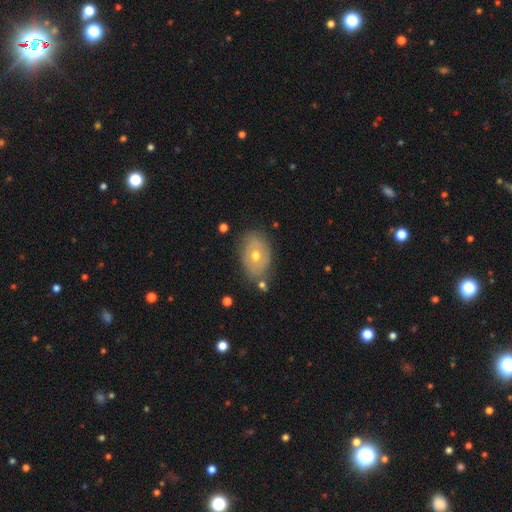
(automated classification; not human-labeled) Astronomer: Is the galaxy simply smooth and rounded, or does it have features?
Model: featured or disk — 53% (runner-up: smooth, 38%).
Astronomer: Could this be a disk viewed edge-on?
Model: no — 92%.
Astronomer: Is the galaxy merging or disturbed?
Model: none — 73%.